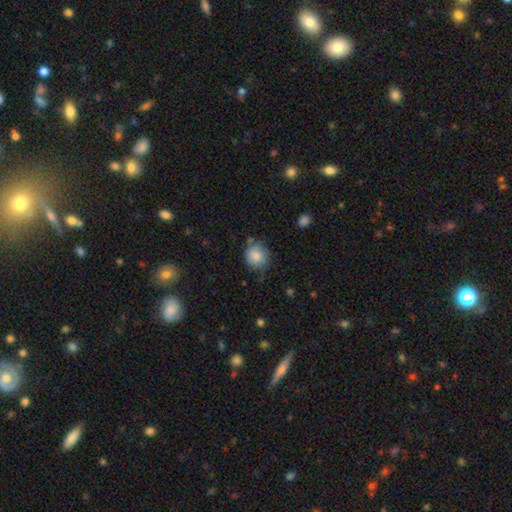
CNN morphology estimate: Smooth or featured: smooth — 85% (star or artifact — 8%)
How rounded: round — 84% (in between — 15%)
Merging: none — 72% (minor disturbance — 20%)